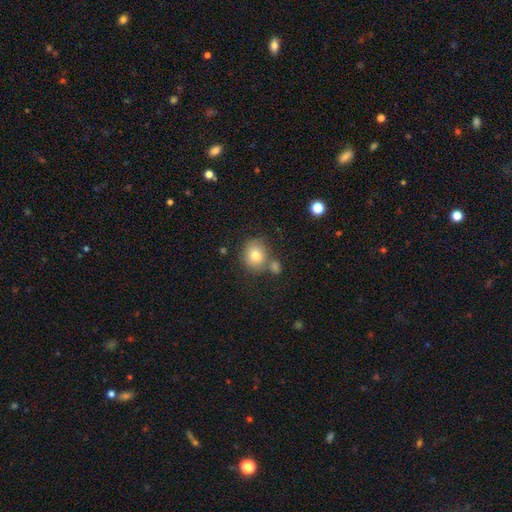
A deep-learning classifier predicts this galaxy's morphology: A smooth galaxy with no disk features (77%) that is round (75%). Merging: none (65%).